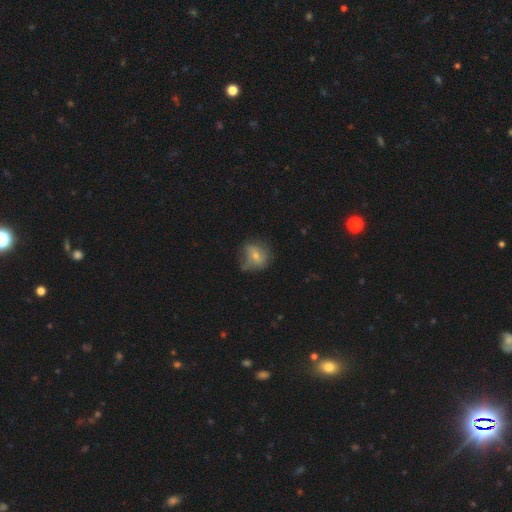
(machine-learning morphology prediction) smooth_or_featured: smooth (p=0.55) [alt: featured or disk p=0.34]
how_rounded: round (p=0.58) [alt: in between p=0.40]
merging: none (p=0.51) [alt: minor disturbance p=0.31]